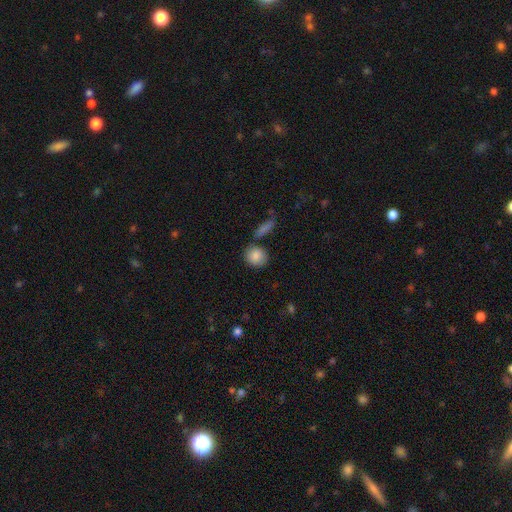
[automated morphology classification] smooth_or_featured: smooth (p=0.86) [alt: star or artifact p=0.07]
how_rounded: round (p=0.75) [alt: in between p=0.23]
merging: none (p=0.73) [alt: merger p=0.12]